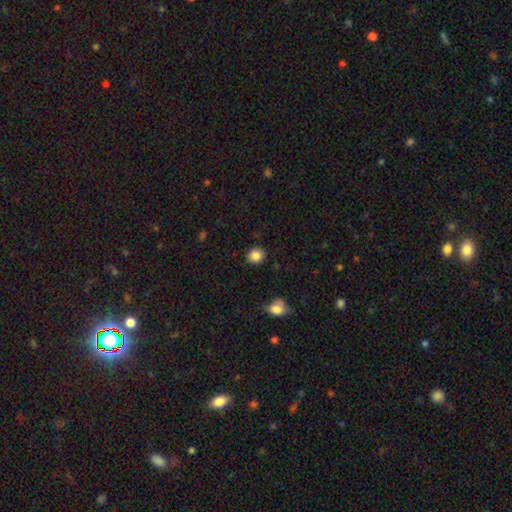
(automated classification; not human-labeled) Q: Smooth or featured?
A: smooth (86%); runner-up: star or artifact (10%)
Q: How rounded?
A: round (88%); runner-up: in between (11%)
Q: Merging?
A: none (89%); runner-up: minor disturbance (7%)